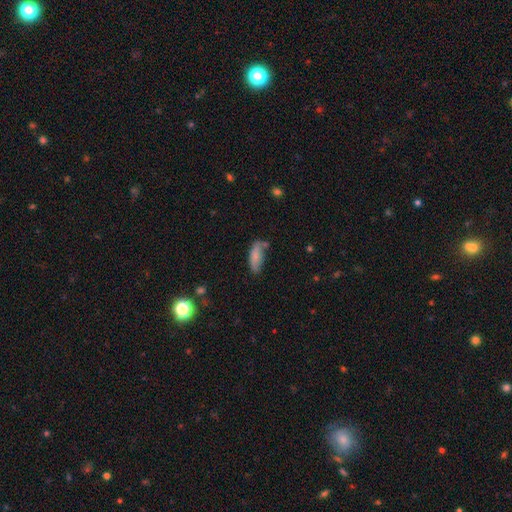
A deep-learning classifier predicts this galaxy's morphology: This appears to be a smooth galaxy with no disk features (82%) that is in between round and cigar-shaped (65%). Merging: none (56%).